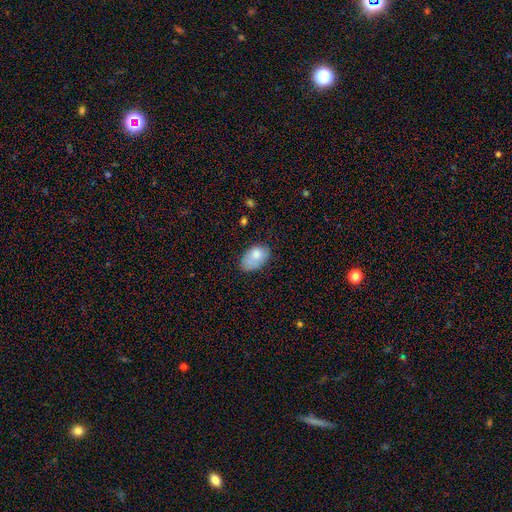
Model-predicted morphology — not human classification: This is likely a smooth galaxy (79%). How rounded: clearly in between (90%). Merging: possibly none (51%).